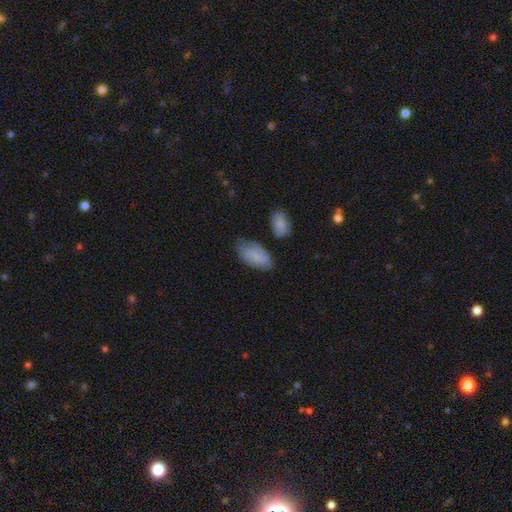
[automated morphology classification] smooth-or-featured: smooth: 56% | featured or disk: 37% | star or artifact: 8%
  how-rounded: in between: 93% | round: 4% | cigar-shaped: 3%
  merging: none: 68% | minor disturbance: 22% | major disturbance: 5% | merger: 5%